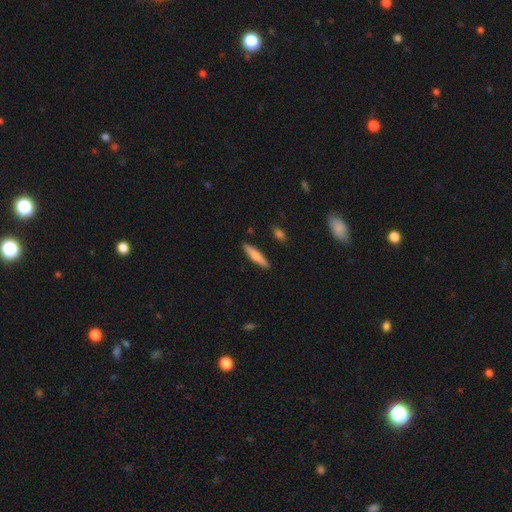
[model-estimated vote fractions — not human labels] This appears to be a smooth galaxy with no disk features (68%) that is cigar-shaped (86%). Merging: none (90%).